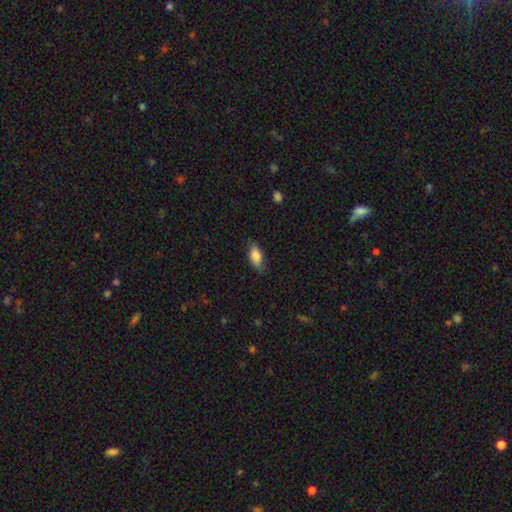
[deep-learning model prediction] A smooth galaxy with no disk features (84%) that is in between round and cigar-shaped (87%). Merging: none (76%).